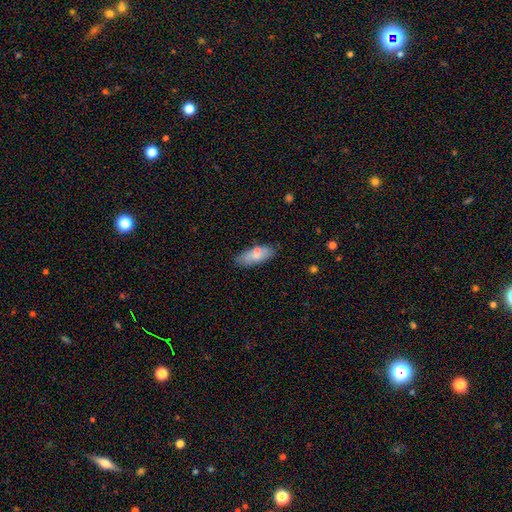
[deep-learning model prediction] Morphology: type=smooth (74%); roundness=in between (73%); merging=none (73%).